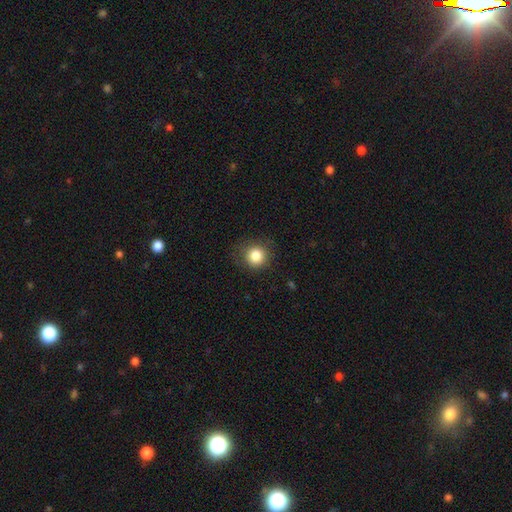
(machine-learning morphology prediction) smooth_or_featured: smooth (p=0.84) [alt: star or artifact p=0.11]
how_rounded: round (p=0.90) [alt: in between p=0.09]
merging: none (p=0.83) [alt: minor disturbance p=0.12]